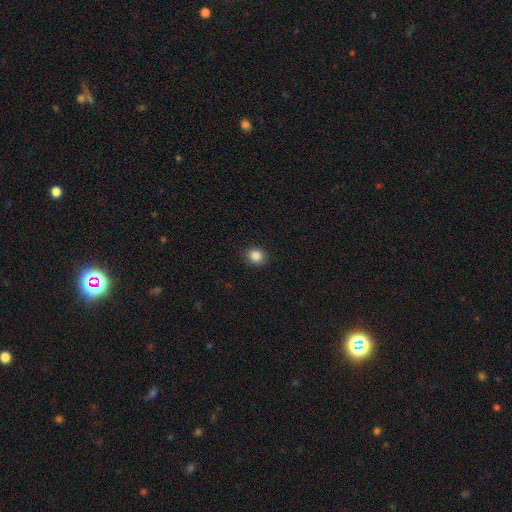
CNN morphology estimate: smooth-or-featured: smooth: 87% | star or artifact: 10% | featured or disk: 3%
  how-rounded: round: 74% | in between: 25% | cigar-shaped: 1%
  merging: none: 90% | minor disturbance: 7% | major disturbance: 2% | merger: 1%